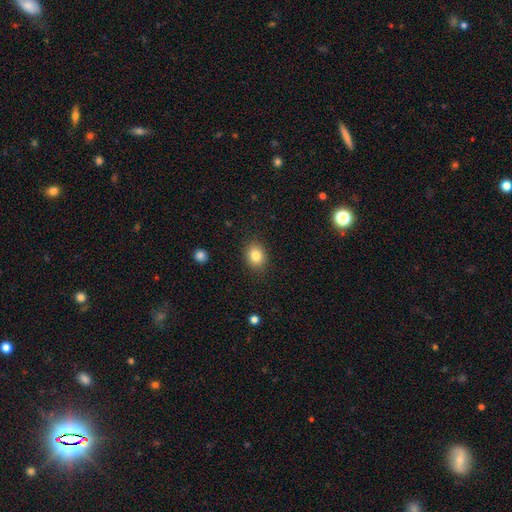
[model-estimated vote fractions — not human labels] Smooth or featured?
  - smooth: 83% *
  - star or artifact: 10%
  - featured or disk: 7%
How rounded?
  - round: 52% *
  - in between: 47%
  - cigar-shaped: 1%
Merging?
  - none: 88% *
  - minor disturbance: 9%
  - major disturbance: 2%
  - merger: 1%